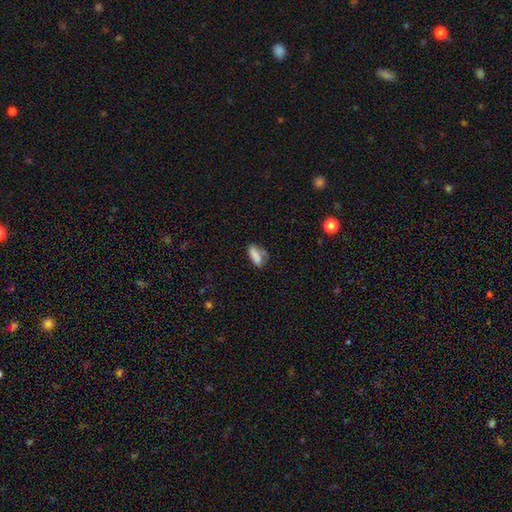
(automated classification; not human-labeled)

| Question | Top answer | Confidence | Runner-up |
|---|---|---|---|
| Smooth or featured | smooth | 80% | featured or disk (10%) |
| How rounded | in between | 71% | cigar-shaped (26%) |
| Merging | none | 54% | minor disturbance (27%) |